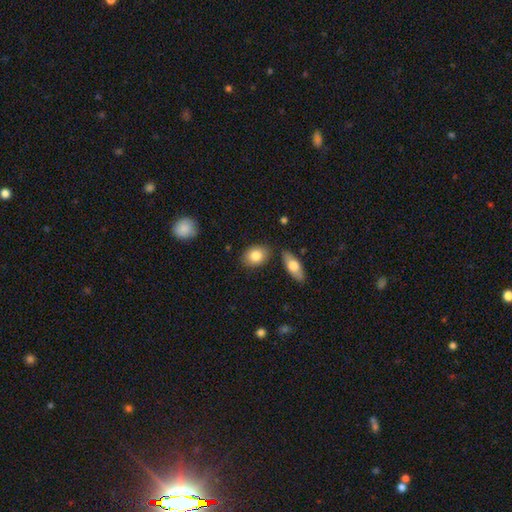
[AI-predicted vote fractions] This appears to be a smooth galaxy with no disk features (82%) that is in between round and cigar-shaped (74%). Merging: none (79%).